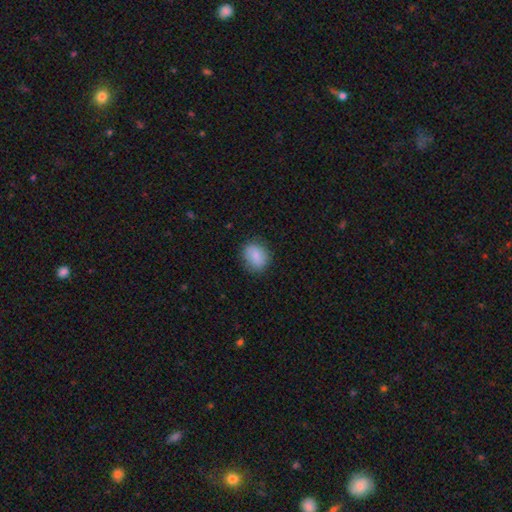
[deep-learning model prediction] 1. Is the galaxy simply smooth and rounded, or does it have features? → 85% smooth, 8% featured or disk, 7% star or artifact.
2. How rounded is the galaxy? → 55% round, 44% in between, 1% cigar-shaped.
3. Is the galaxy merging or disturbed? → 82% none, 14% minor disturbance, 4% major disturbance, 1% merger.